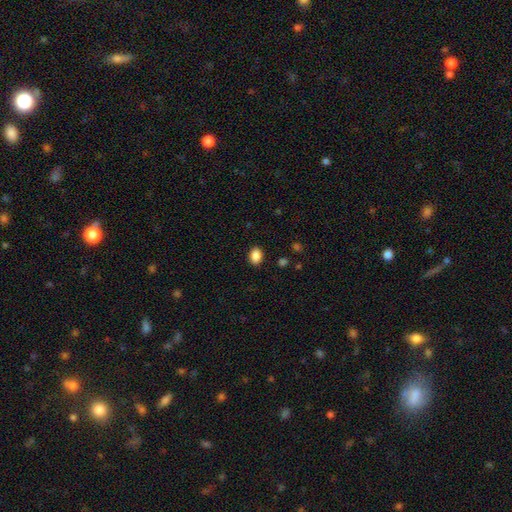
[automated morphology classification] Overall: smooth (88%). How rounded: in between (70%). Merging: none (89%).